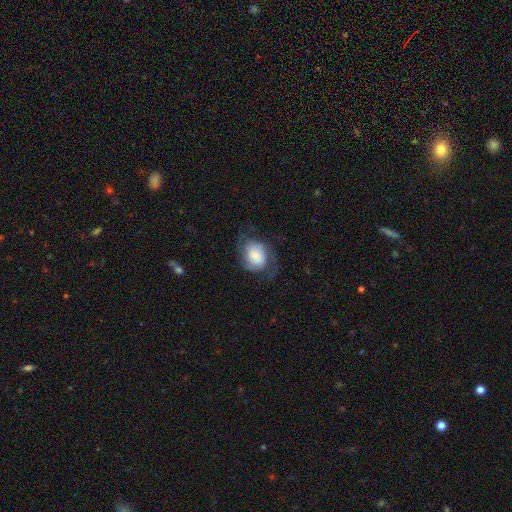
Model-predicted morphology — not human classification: A smooth galaxy with no disk features (48%). Merging: none (55%).